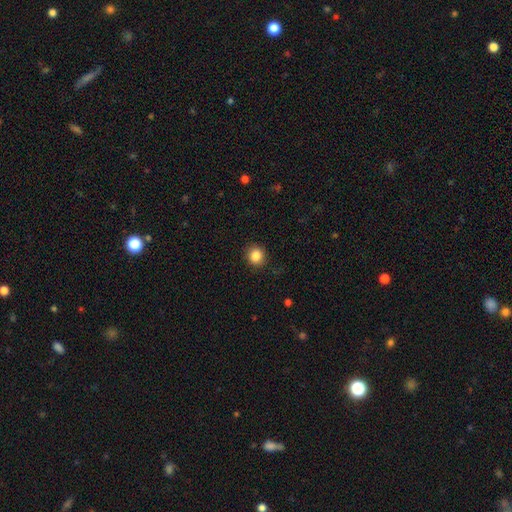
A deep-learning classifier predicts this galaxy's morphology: Overall: smooth (87%). How rounded: round (85%). Merging: none (88%).